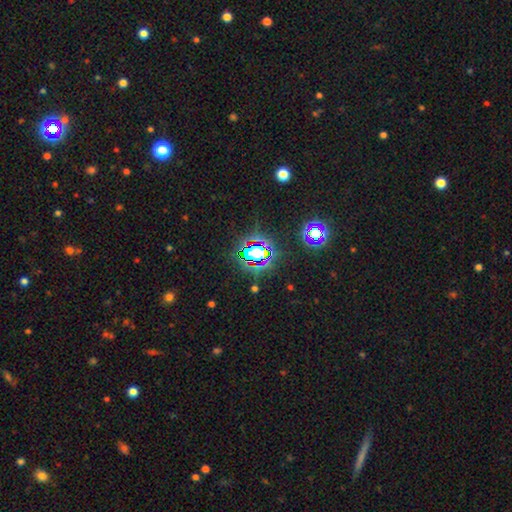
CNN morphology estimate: Smooth or featured: star or artifact — 73% (smooth — 17%)